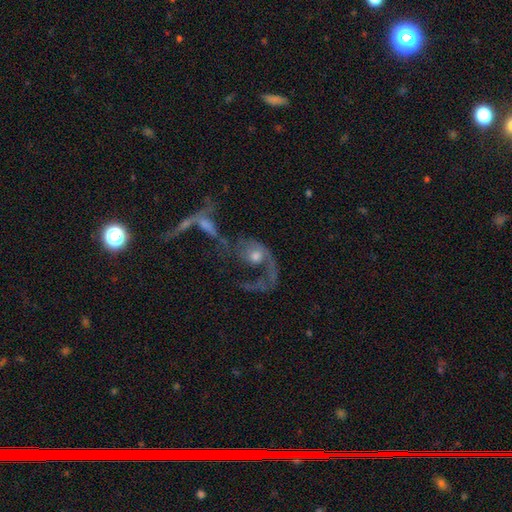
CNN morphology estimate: A featured or disk galaxy (73%) with no bar (75%), 1 (57%) loose (55%) spiral arms (76%) and a moderate central bulge (57%).

Vote fractions:
- Smooth or featured? featured or disk: 73% / smooth: 14% / star or artifact: 13%
- Edge-on disk? no: 94% / yes: 6%
- Bar? no: 75% / weak: 19% / strong: 6%
- Spiral arms? yes: 76% / no: 24%
- Spiral winding? loose: 55% / medium: 31% / tight: 14%
- Spiral arm count? 1: 57% / 2: 28% / can't tell: 10% / 3: 2% / 4: 1% / more than 4: 1%
- Bulge size? moderate: 57% / small: 27% / large: 8% / none: 6% / dominant: 2%
- Merging? merger: 41% / major disturbance: 30% / none: 20% / minor disturbance: 9%